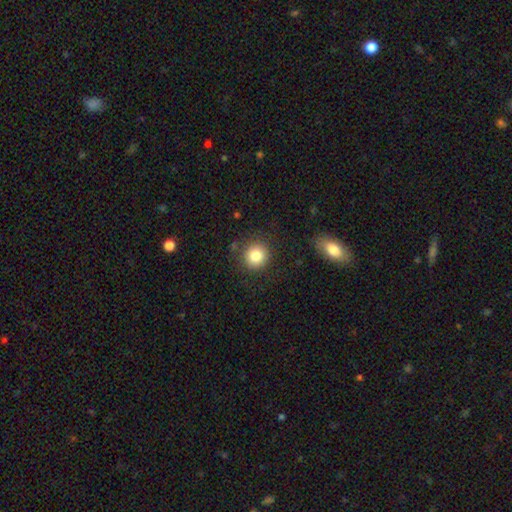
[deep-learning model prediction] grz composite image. It shows a smooth galaxy with no disk features (82%) that is round (91%). Merging: none (86%).